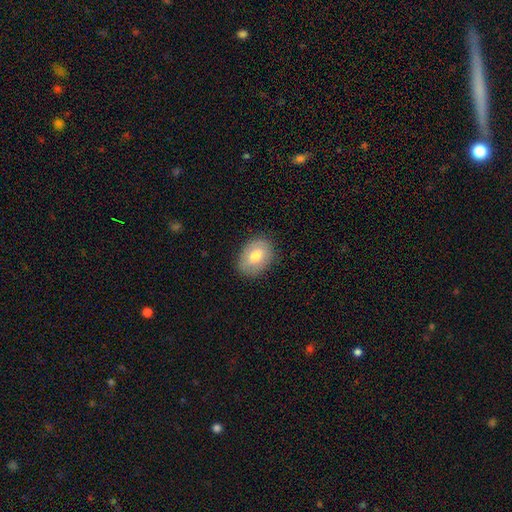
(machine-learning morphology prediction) smooth-or-featured: smooth: 72% | featured or disk: 21% | star or artifact: 7%
  how-rounded: in between: 75% | round: 24% | cigar-shaped: 1%
  merging: none: 82% | minor disturbance: 13% | major disturbance: 3% | merger: 1%